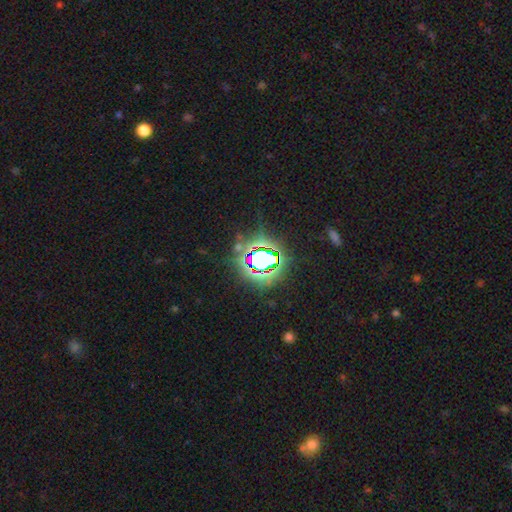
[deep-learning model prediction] Overall: star or artifact (79%).